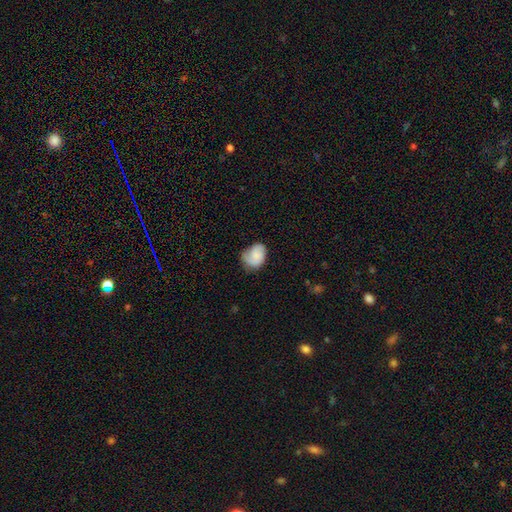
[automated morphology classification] This is likely a smooth galaxy (69%). How rounded: likely in between (64%). Merging: possibly none (49%).